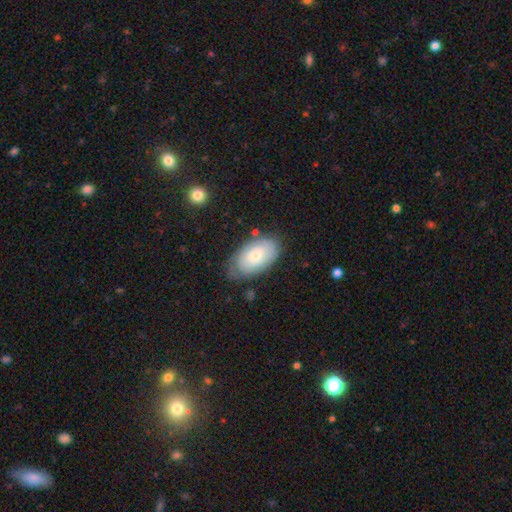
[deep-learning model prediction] A smooth galaxy with no disk features (60%) that is in between round and cigar-shaped (93%). Merging: none (67%).